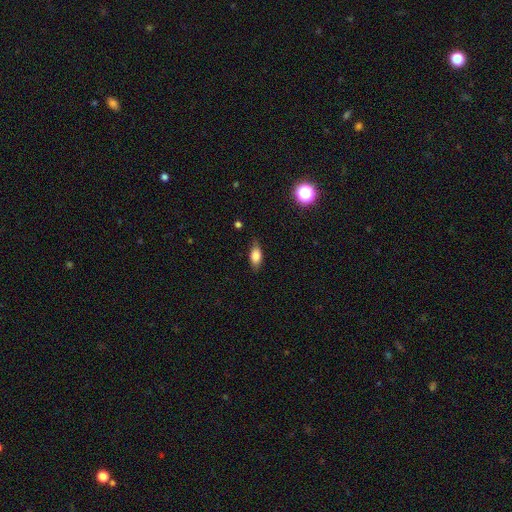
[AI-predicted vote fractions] This appears to be a smooth galaxy with no disk features (78%) that is in between round and cigar-shaped (83%). Merging: none (75%).